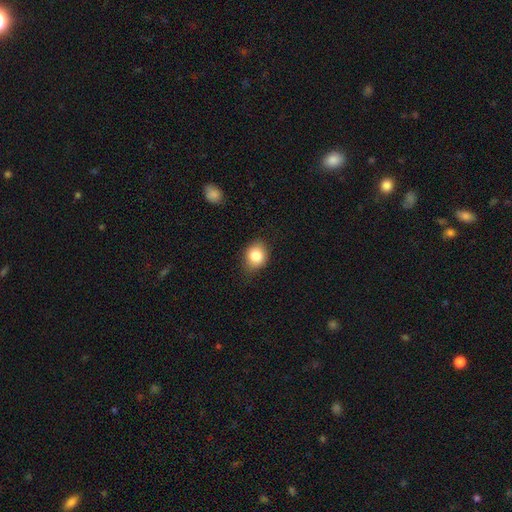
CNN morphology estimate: Smooth or featured?
  - smooth: 84% *
  - star or artifact: 9%
  - featured or disk: 7%
How rounded?
  - round: 52% *
  - in between: 47%
  - cigar-shaped: 1%
Merging?
  - none: 77% *
  - minor disturbance: 18%
  - major disturbance: 4%
  - merger: 1%